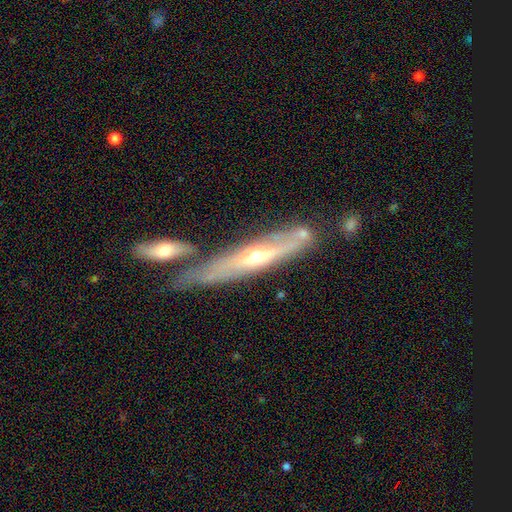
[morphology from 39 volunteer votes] Volunteers were most divided on "merging": none: 56%, minor disturbance: 22%, merger: 14%, major disturbance: 8%. More confident: edge-on bulge — rounded (75%); edge-on disk — yes (74%); smooth or featured — featured or disk (69%).